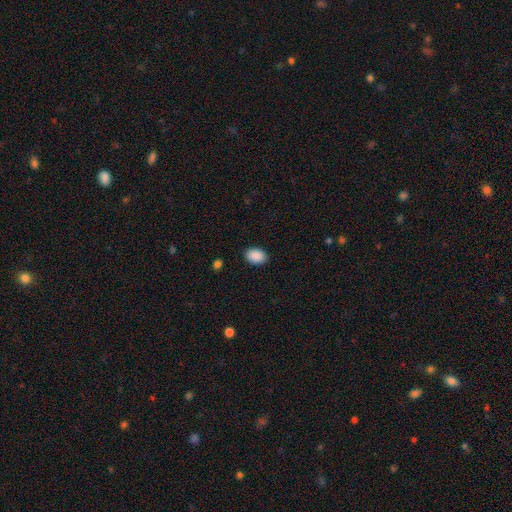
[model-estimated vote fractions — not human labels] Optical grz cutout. It shows a smooth galaxy with no disk features (90%) that is in between round and cigar-shaped (82%). Merging: none (88%).